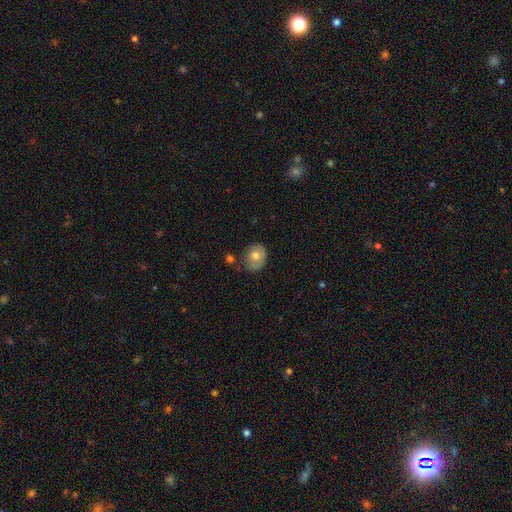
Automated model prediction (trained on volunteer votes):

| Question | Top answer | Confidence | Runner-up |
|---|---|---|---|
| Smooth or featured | smooth | 65% | featured or disk (27%) |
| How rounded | round | 52% | in between (47%) |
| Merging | none | 63% | minor disturbance (25%) |